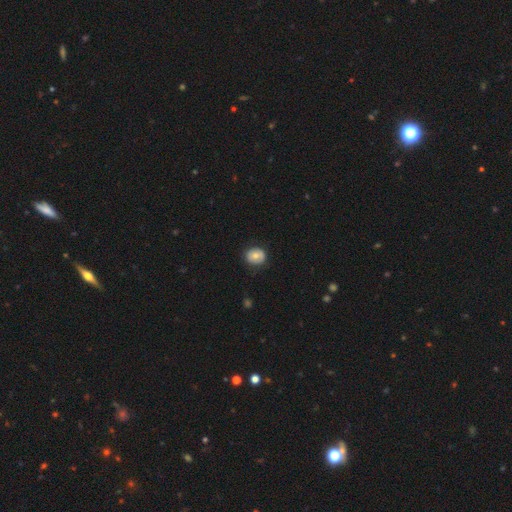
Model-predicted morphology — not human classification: This appears to be a smooth galaxy with no disk features (68%) that is round (70%). Merging: none (81%).